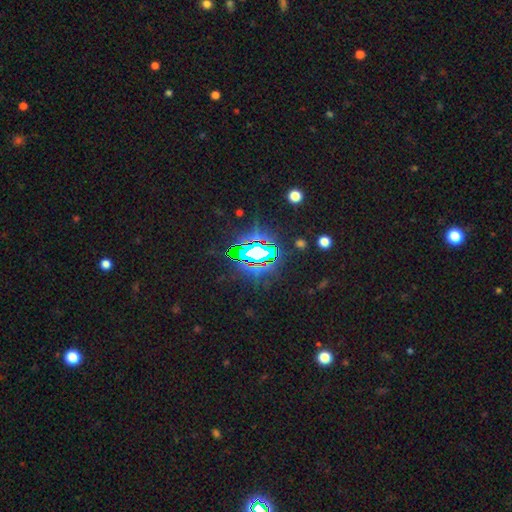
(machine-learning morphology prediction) This is likely a star or artifact rather than a galaxy (76%).